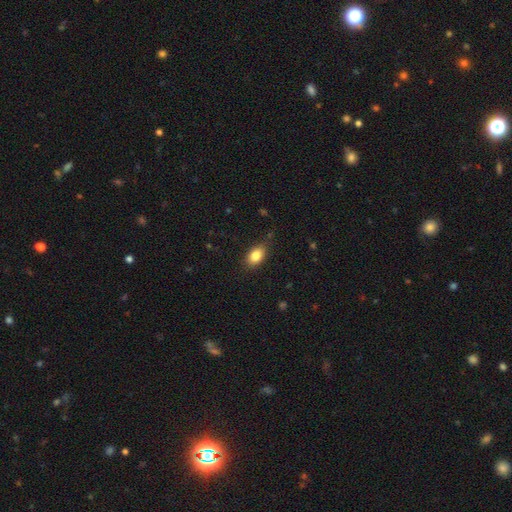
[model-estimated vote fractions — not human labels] smooth_or_featured: smooth (p=0.84) [alt: star or artifact p=0.08]
how_rounded: in between (p=0.86) [alt: round p=0.11]
merging: none (p=0.81) [alt: minor disturbance p=0.15]